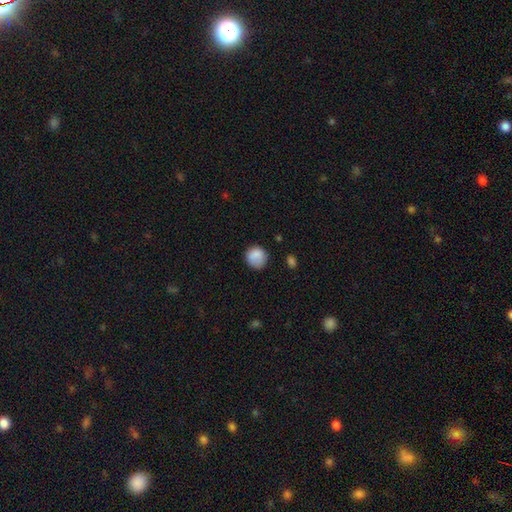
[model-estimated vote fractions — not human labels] This appears to be a smooth galaxy with no disk features (86%) that is round (88%). Merging: none (74%).